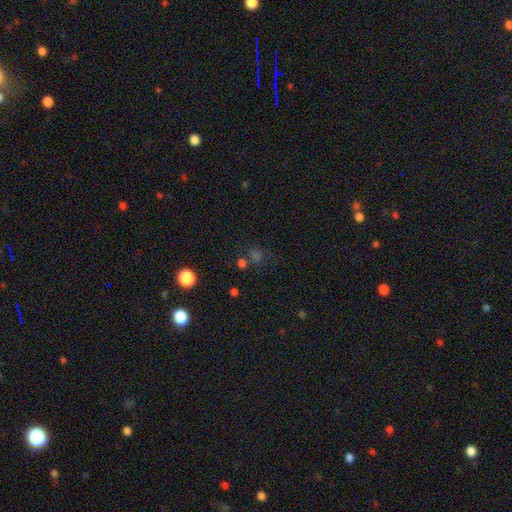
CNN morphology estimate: A star or artifact, not a galaxy (47%).